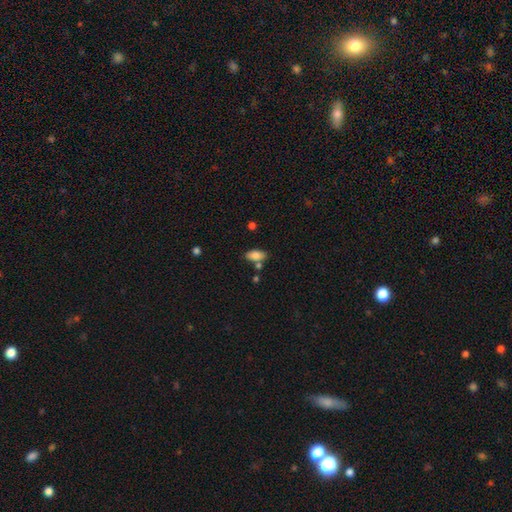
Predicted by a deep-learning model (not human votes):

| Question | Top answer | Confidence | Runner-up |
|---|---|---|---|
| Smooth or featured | smooth | 82% | featured or disk (10%) |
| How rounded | in between | 90% | cigar-shaped (7%) |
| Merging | none | 71% | minor disturbance (14%) |